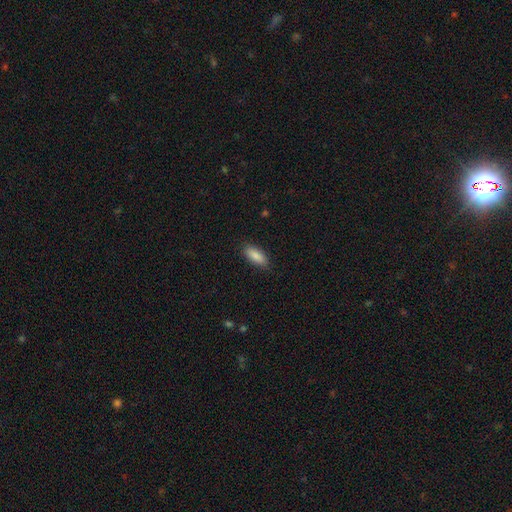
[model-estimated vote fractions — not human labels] smooth 88%, star or artifact 6%, featured or disk 6%. Down the decision tree: how rounded — in between (80%); merging — none (86%).